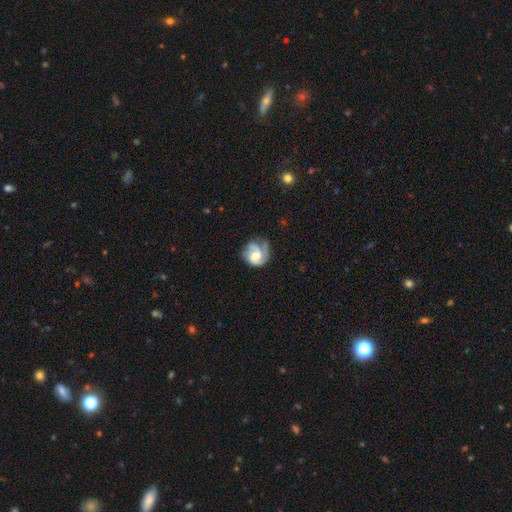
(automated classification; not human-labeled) This appears to be a featured or disk galaxy (72%) with no bar (61%), 2 (51%) medium (42%) spiral arms (92%) and a moderate central bulge (58%). Merging: none (56%).